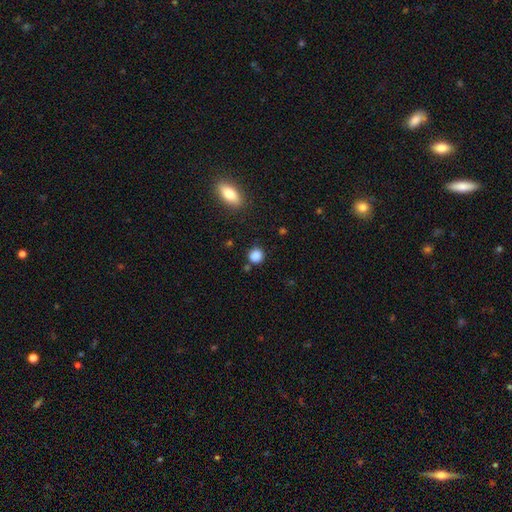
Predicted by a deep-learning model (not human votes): Q: Smooth or featured?
A: smooth (85%); runner-up: star or artifact (11%)
Q: How rounded?
A: round (88%); runner-up: in between (11%)
Q: Merging?
A: none (82%); runner-up: minor disturbance (10%)